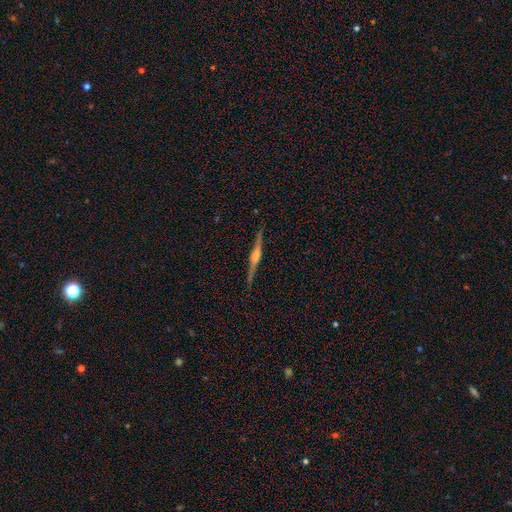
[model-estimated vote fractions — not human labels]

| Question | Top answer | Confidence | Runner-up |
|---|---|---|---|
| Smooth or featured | featured or disk | 83% | smooth (11%) |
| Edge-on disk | yes | 98% | no (2%) |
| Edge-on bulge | rounded | 75% | boxy (19%) |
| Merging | none | 90% | minor disturbance (7%) |